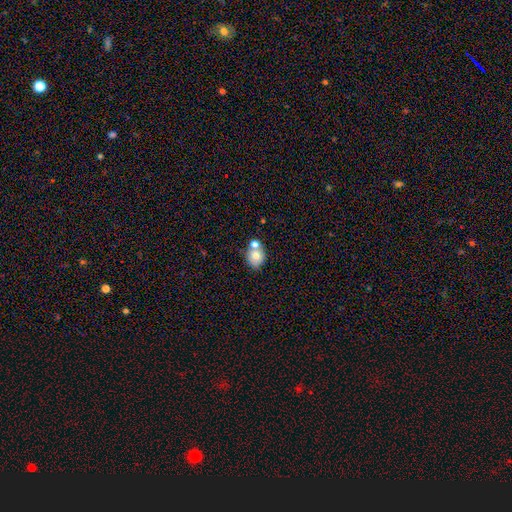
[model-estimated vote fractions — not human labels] Smooth or featured: smooth — 71% (featured or disk — 20%)
How rounded: round — 59% (in between — 40%)
Merging: none — 45% (merger — 40%)